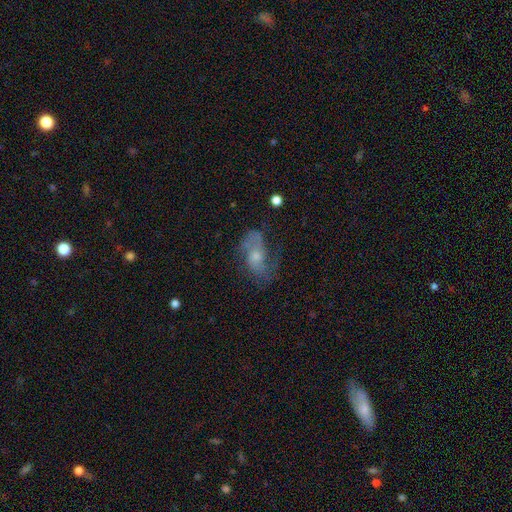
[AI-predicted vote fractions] Smooth or featured? featured or disk (67%)
Edge-on disk? no (95%)
Bar? no (69%)
Spiral arms? yes (84%)
Spiral winding? loose (44%)
Spiral arm count? 2 (75%)
Bulge size? moderate (47%)
Merging? none (54%)